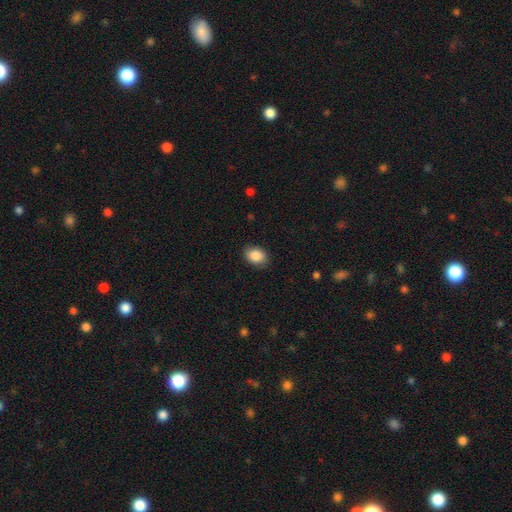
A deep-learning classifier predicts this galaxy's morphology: A smooth galaxy with no disk features (88%) that is in between round and cigar-shaped (73%).

Vote fractions:
- Smooth or featured? smooth: 88% / star or artifact: 7% / featured or disk: 5%
- How rounded? in between: 73% / round: 26% / cigar-shaped: 1%
- Merging? none: 87% / minor disturbance: 10% / major disturbance: 2% / merger: 1%